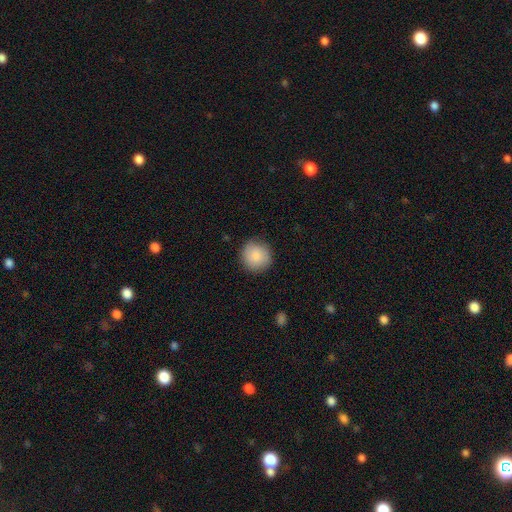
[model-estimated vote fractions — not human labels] The model was most divided on "merging": none: 87%, minor disturbance: 10%, major disturbance: 2%, merger: 1%. More confident: how rounded — round (93%); smooth or featured — smooth (86%).